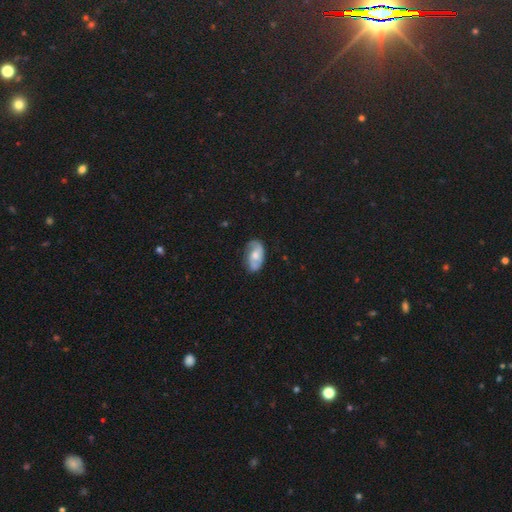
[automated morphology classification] A featured or disk galaxy (62%) with no bar (63%), spiral arms (85%) and a moderate central bulge (61%).

Vote fractions:
- Smooth or featured? featured or disk: 62% / smooth: 31% / star or artifact: 6%
- Edge-on disk? no: 95% / yes: 5%
- Bar? no: 63% / weak: 31% / strong: 7%
- Spiral arms? yes: 85% / no: 15%
- Bulge size? moderate: 61% / small: 23% / large: 11% / none: 4% / dominant: 1%
- Merging? none: 69% / minor disturbance: 22% / major disturbance: 7% / merger: 2%